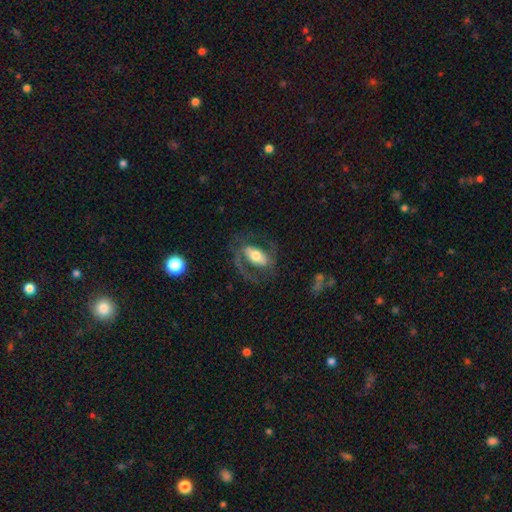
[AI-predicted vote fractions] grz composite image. It shows a featured or disk galaxy (62%) with a strong bar (48%), spiral arms (62%) and a moderate central bulge (57%). Merging: none (62%).